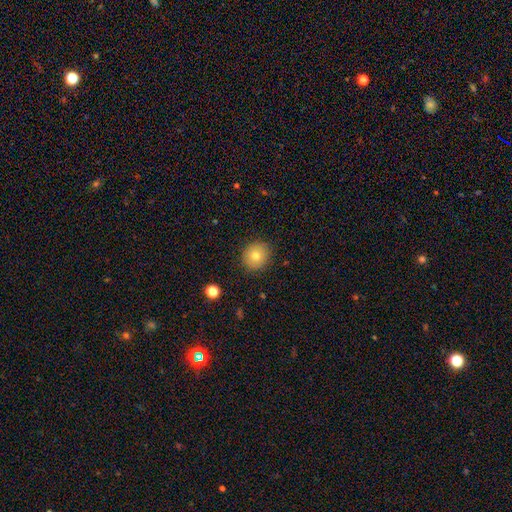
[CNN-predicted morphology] Smooth or featured?
  - smooth: 76% *
  - featured or disk: 13%
  - star or artifact: 11%
How rounded?
  - round: 81% *
  - in between: 18%
  - cigar-shaped: 1%
Merging?
  - none: 89% *
  - minor disturbance: 8%
  - major disturbance: 2%
  - merger: 1%